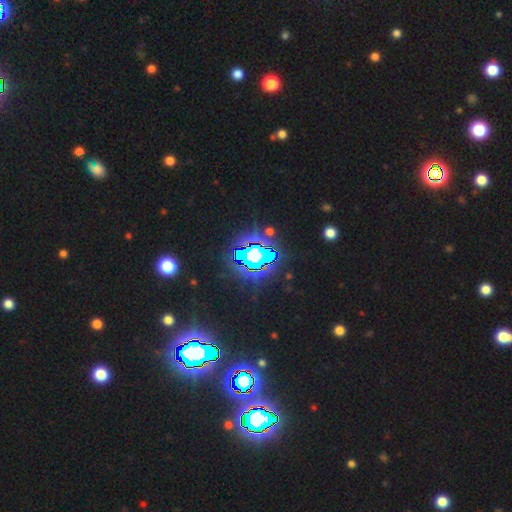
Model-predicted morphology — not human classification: Smooth or featured? Predicted: star or artifact (p=0.72).